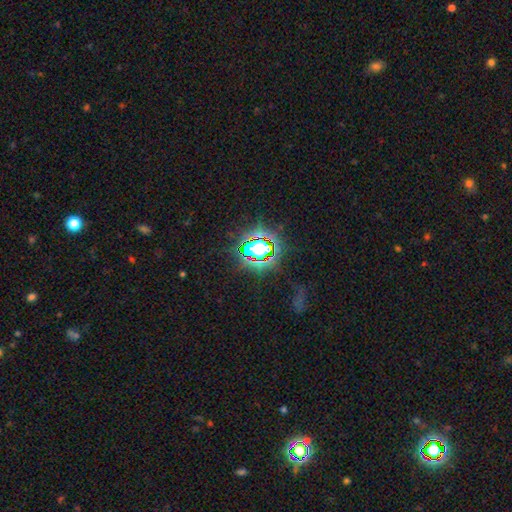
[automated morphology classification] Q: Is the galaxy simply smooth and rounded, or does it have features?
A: star or artifact — 79%.